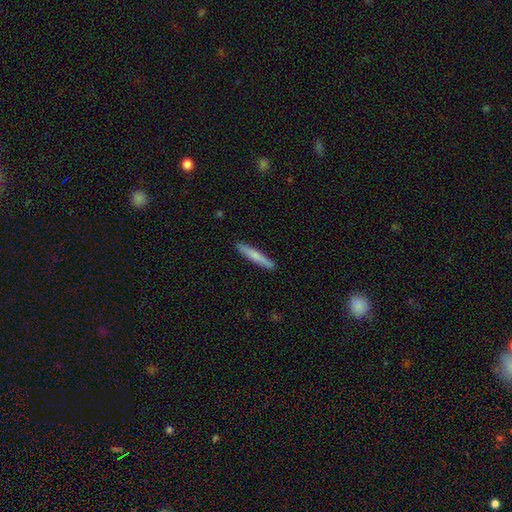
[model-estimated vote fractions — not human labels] Smooth or featured? Predicted: smooth (p=0.67). How rounded? Predicted: cigar-shaped (p=0.94). Merging? Predicted: none (p=0.91).